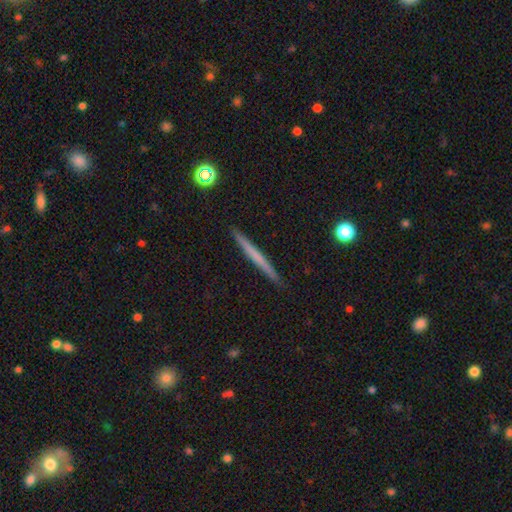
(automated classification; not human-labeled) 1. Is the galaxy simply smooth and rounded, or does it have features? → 54% smooth, 40% featured or disk, 6% star or artifact.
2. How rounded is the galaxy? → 97% cigar-shaped, 2% in between, 1% round.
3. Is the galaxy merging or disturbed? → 92% none, 6% minor disturbance, 1% major disturbance, 1% merger.